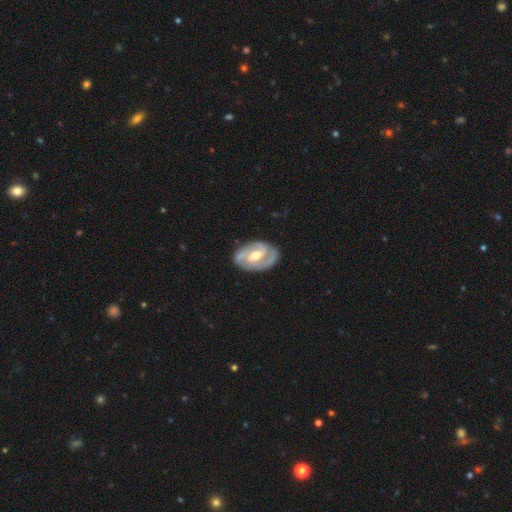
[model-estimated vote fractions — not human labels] smooth-or-featured: featured or disk: 85% | smooth: 11% | star or artifact: 4%
  disk-edge-on: no: 97% | yes: 3%
    bar: weak: 47% | no: 27% | strong: 26%
    has-spiral-arms: yes: 94% | no: 6%
      spiral-winding: tight: 48% | medium: 41% | loose: 11%
      spiral-arm-count: 2: 68% | 3: 15% | can't tell: 10% | 1: 3% | 4: 2% | more than 4: 2%
    bulge-size: moderate: 69% | small: 25% | large: 4% | none: 1% | dominant: 1%
  merging: none: 79% | minor disturbance: 15% | major disturbance: 4% | merger: 1%